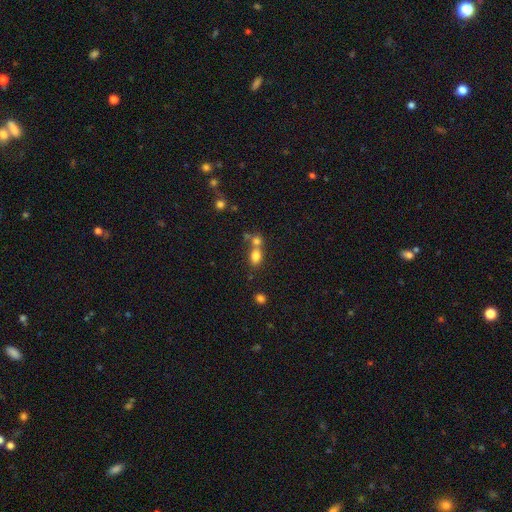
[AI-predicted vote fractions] smooth 78%, star or artifact 12%, featured or disk 10%. Down the decision tree: how rounded — in between (73%); merging — merger (46%).